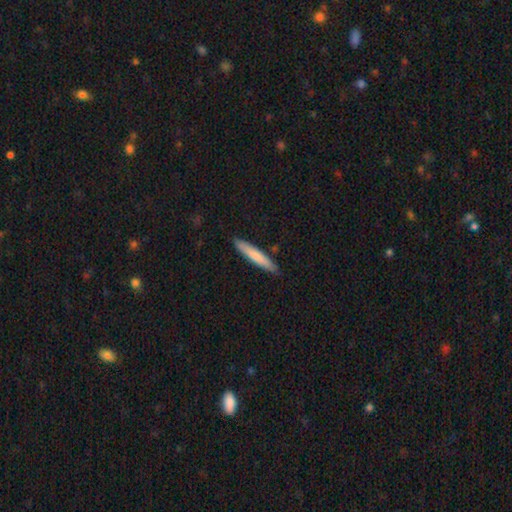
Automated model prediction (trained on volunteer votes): This appears to be a smooth galaxy with no disk features (75%) that is cigar-shaped (91%). Merging: none (87%).